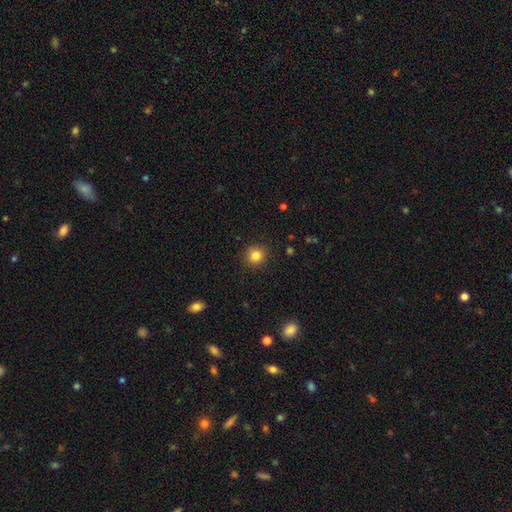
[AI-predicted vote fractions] Q: Smooth or featured?
A: smooth (84%); runner-up: star or artifact (11%)
Q: How rounded?
A: round (91%); runner-up: in between (8%)
Q: Merging?
A: none (91%); runner-up: minor disturbance (6%)